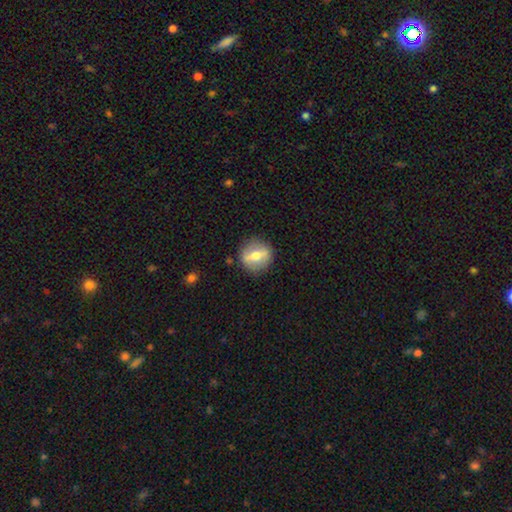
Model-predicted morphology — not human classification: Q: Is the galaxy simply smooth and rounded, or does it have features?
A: featured or disk — 49%.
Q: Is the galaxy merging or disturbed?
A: none — 85%.